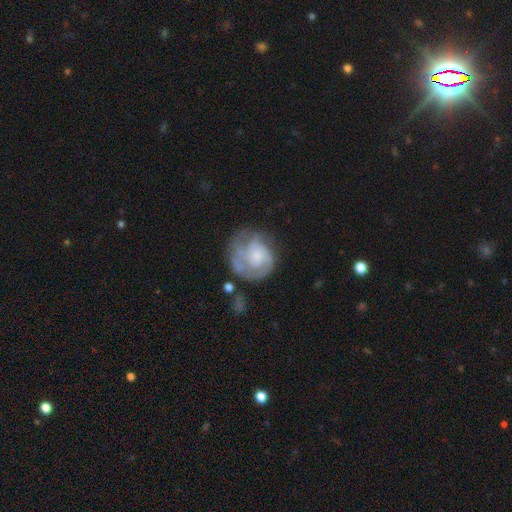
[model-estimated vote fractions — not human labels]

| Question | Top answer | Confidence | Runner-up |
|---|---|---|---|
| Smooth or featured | featured or disk | 64% | smooth (29%) |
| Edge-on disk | no | 98% | yes (2%) |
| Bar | no | 78% | weak (19%) |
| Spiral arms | yes | 78% | no (22%) |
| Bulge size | moderate | 29% | none (27%) |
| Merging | none | 49% | minor disturbance (24%) |